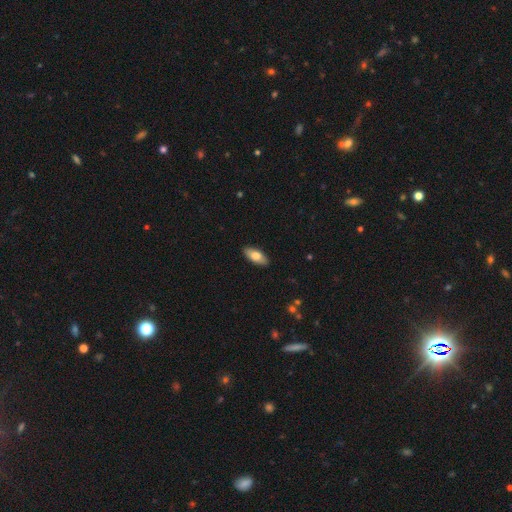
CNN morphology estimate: Q: Smooth or featured?
A: smooth (76%); runner-up: featured or disk (18%)
Q: How rounded?
A: in between (85%); runner-up: cigar-shaped (13%)
Q: Merging?
A: none (89%); runner-up: minor disturbance (8%)